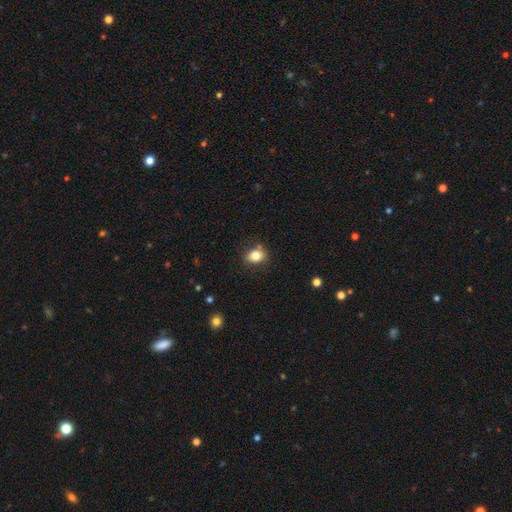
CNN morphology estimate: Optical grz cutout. It shows a smooth galaxy with no disk features (82%) that is in between round and cigar-shaped (57%). Merging: none (80%).